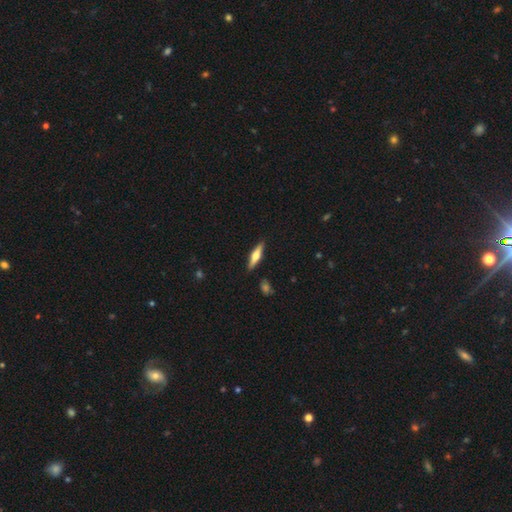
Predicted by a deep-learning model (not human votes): This is possibly a featured or disk galaxy (51%). It is clearly viewed edge-on (94%). Merging: clearly none (88%).